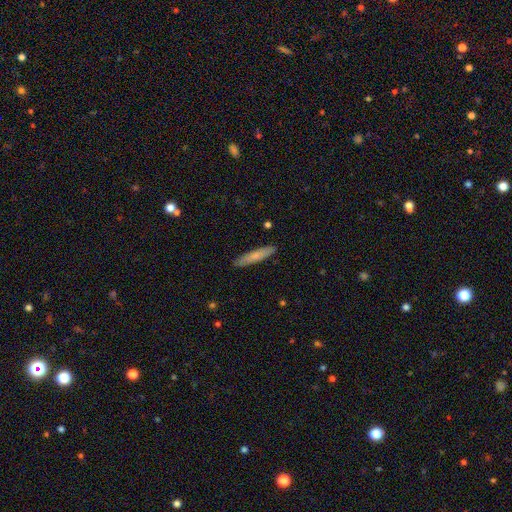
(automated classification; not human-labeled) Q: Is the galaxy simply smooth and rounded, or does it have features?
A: smooth — 73%.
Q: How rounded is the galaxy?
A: cigar-shaped — 89%.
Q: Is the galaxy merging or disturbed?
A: none — 89%.